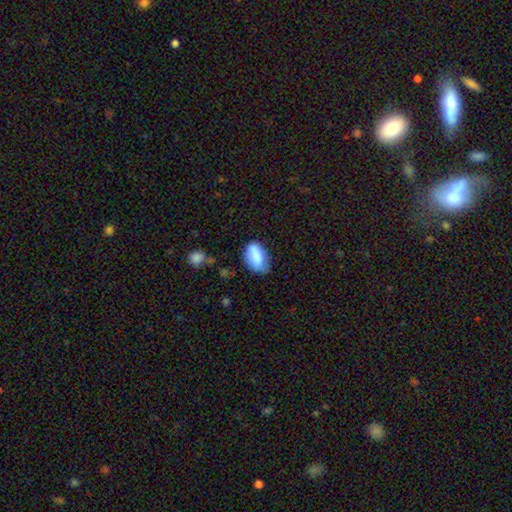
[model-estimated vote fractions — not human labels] smooth_or_featured: smooth (p=0.84) [alt: featured or disk p=0.08]
how_rounded: in between (p=0.91) [alt: round p=0.07]
merging: none (p=0.61) [alt: minor disturbance p=0.30]